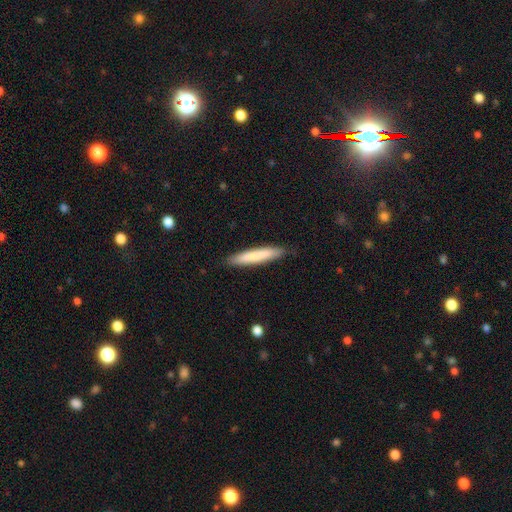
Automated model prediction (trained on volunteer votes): smooth 77%, featured or disk 17%, star or artifact 5%. Down the decision tree: how rounded — cigar-shaped (92%); merging — none (88%).